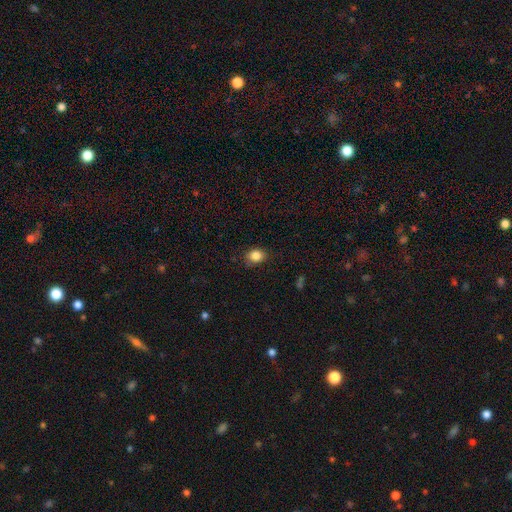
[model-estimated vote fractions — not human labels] Smooth or featured? Predicted: smooth (p=0.85). How rounded? Predicted: round (p=0.53). Merging? Predicted: none (p=0.82).